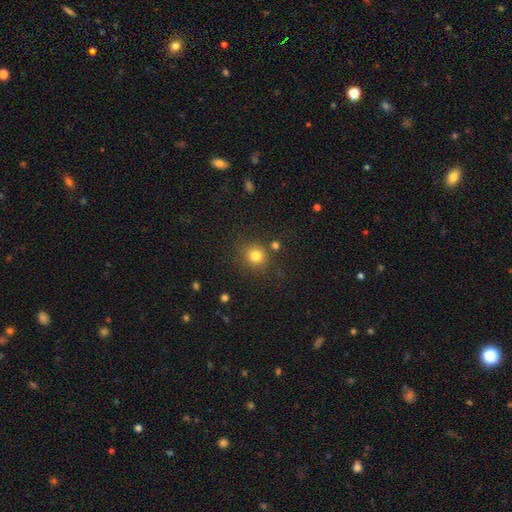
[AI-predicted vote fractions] Smooth or featured? Predicted: smooth (p=0.80). How rounded? Predicted: round (p=0.89). Merging? Predicted: none (p=0.81).